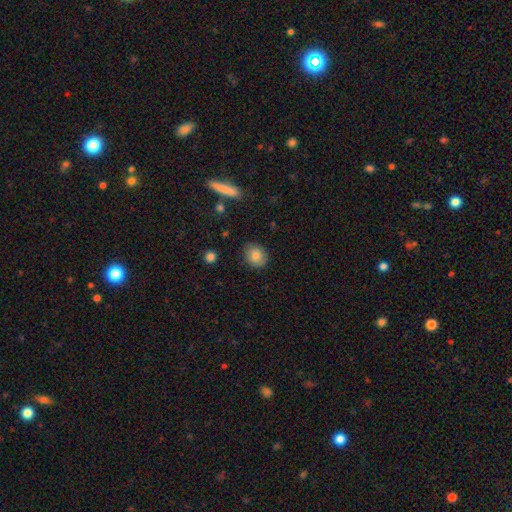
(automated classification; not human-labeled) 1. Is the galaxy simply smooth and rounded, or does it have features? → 81% smooth, 10% featured or disk, 8% star or artifact.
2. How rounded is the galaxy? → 61% round, 38% in between, 1% cigar-shaped.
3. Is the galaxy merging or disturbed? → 83% none, 13% minor disturbance, 3% major disturbance, 1% merger.